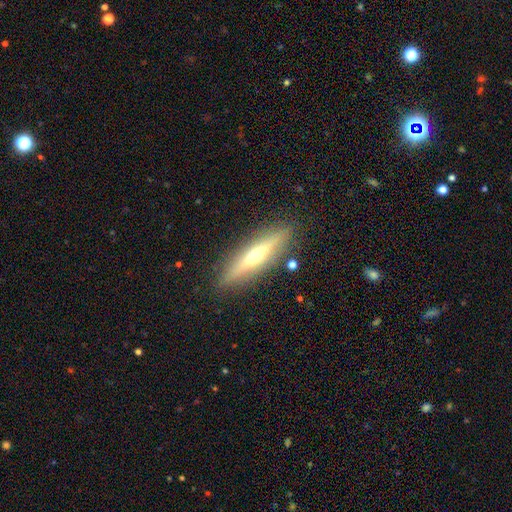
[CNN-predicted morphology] This is likely a featured or disk galaxy (63%). It is clearly viewed edge-on (92%). Edge-on bulge: clearly rounded (89%). Merging: clearly none (87%).